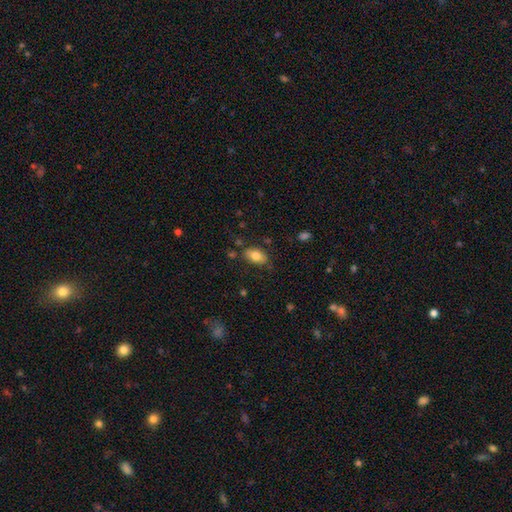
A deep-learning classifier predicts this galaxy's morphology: This is likely a smooth galaxy (79%). How rounded: clearly in between (90%). Merging: likely none (75%).